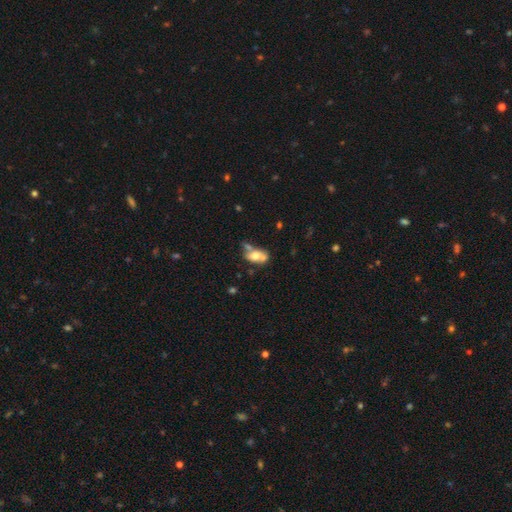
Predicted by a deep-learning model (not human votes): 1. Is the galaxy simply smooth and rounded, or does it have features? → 60% smooth, 31% featured or disk, 10% star or artifact.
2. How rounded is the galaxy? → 83% in between, 13% round, 4% cigar-shaped.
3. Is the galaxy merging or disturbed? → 43% merger, 27% none, 17% minor disturbance, 14% major disturbance.